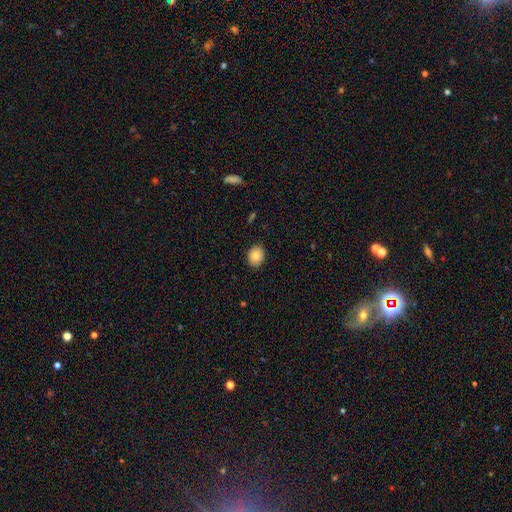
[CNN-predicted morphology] smooth 85%, star or artifact 8%, featured or disk 7%. Down the decision tree: how rounded — round (51%); merging — none (89%).